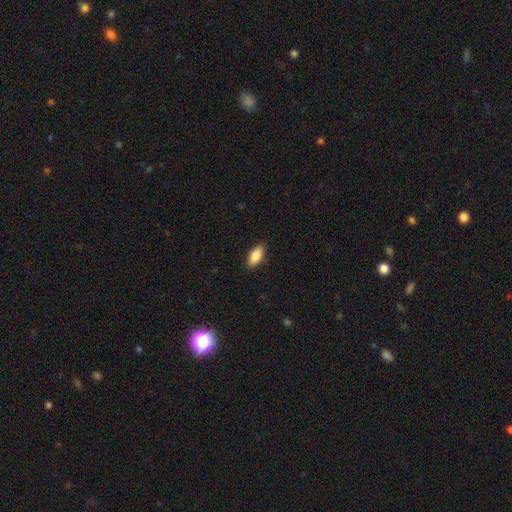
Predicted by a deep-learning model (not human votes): A smooth galaxy with no disk features (85%) that is in between round and cigar-shaped (88%).

Vote fractions:
- Smooth or featured? smooth: 85% / featured or disk: 9% / star or artifact: 6%
- How rounded? in between: 88% / cigar-shaped: 9% / round: 3%
- Merging? none: 88% / minor disturbance: 9% / major disturbance: 2% / merger: 1%